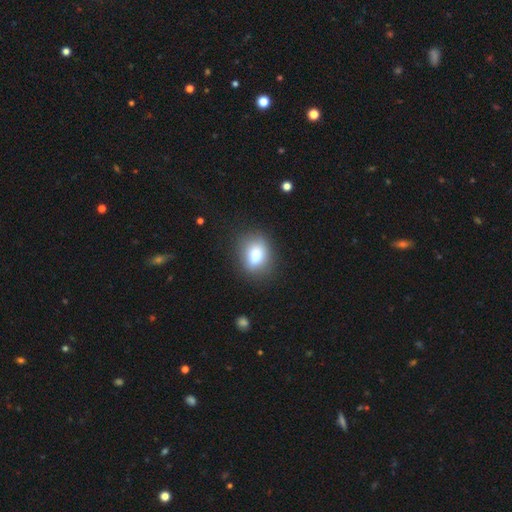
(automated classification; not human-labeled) Q: Smooth or featured?
A: smooth (76%); runner-up: featured or disk (14%)
Q: How rounded?
A: round (49%); tied with: in between (49%)
Q: Merging?
A: none (81%); runner-up: minor disturbance (13%)